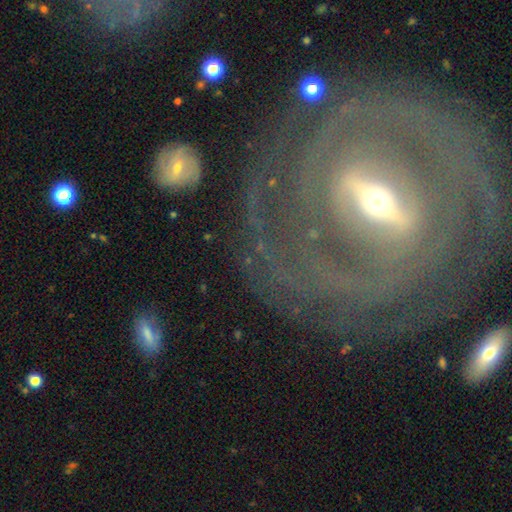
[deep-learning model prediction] Overall: featured or disk (86%). Edge-on disk: no (89%). Bar: strong (65%). Spiral arms: yes (81%). Spiral arm count: can't tell (33%; 2 31%). Spiral winding: tight (67%). Bulge size: moderate (47%; small 44%). Merging: none (74%).